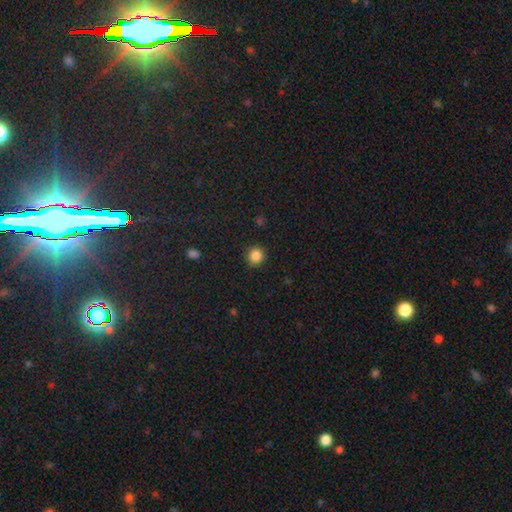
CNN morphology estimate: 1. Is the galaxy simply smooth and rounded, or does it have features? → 86% smooth, 10% star or artifact, 3% featured or disk.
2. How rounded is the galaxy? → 91% round, 8% in between, 1% cigar-shaped.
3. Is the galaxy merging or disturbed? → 91% none, 6% minor disturbance, 2% major disturbance, 1% merger.